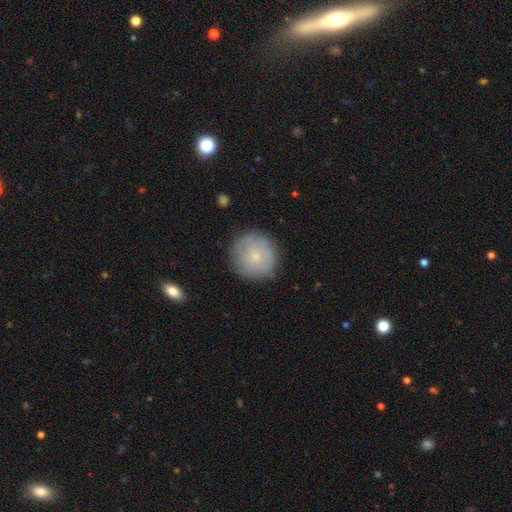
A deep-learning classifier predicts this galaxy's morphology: smooth-or-featured: smooth: 66% | featured or disk: 26% | star or artifact: 7%
  how-rounded: round: 94% | in between: 5% | cigar-shaped: 1%
  merging: none: 83% | minor disturbance: 12% | major disturbance: 3% | merger: 1%